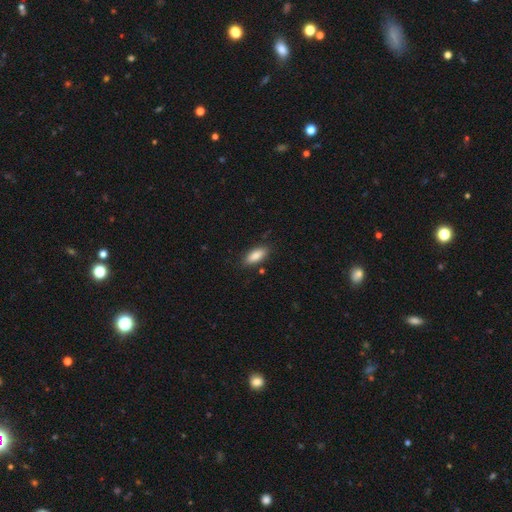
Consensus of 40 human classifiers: smooth 90%, featured or disk 5%, star or artifact 5%. Down the decision tree: how rounded — in between (86%); merging — none (95%).